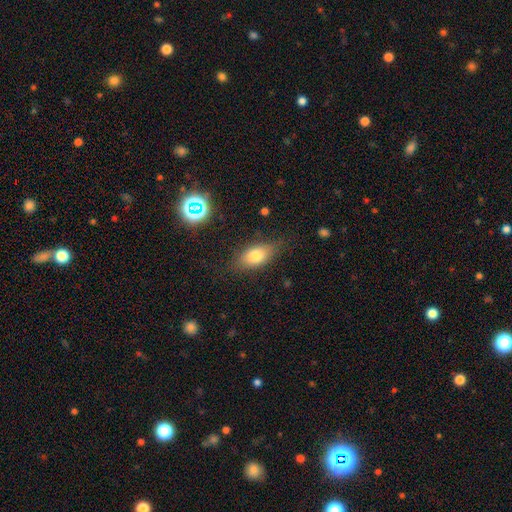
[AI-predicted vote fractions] Smooth or featured?
  - smooth: 74% *
  - featured or disk: 16%
  - star or artifact: 10%
How rounded?
  - in between: 84% *
  - round: 9%
  - cigar-shaped: 7%
Merging?
  - none: 76% *
  - minor disturbance: 18%
  - major disturbance: 5%
  - merger: 2%